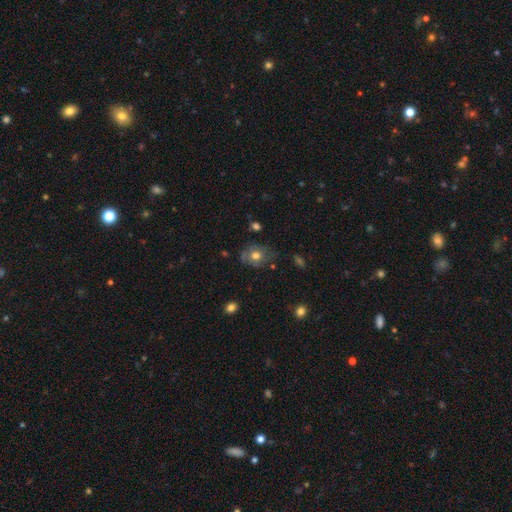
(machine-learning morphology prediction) Smooth or featured? Predicted: smooth (p=0.56). How rounded? Predicted: round (p=0.61). Merging? Predicted: none (p=0.62).